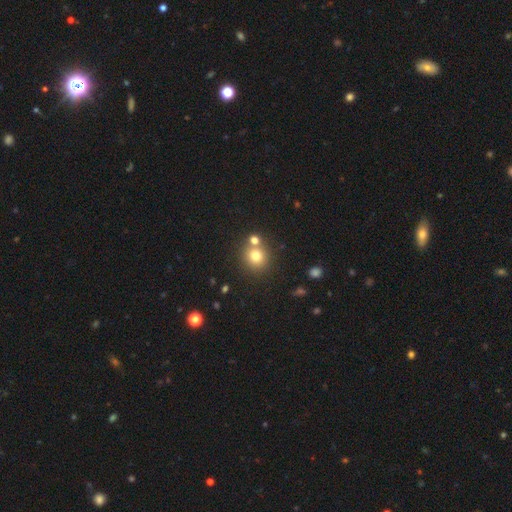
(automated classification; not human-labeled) A smooth galaxy with no disk features (76%) that is round (89%). Merging: none (67%).